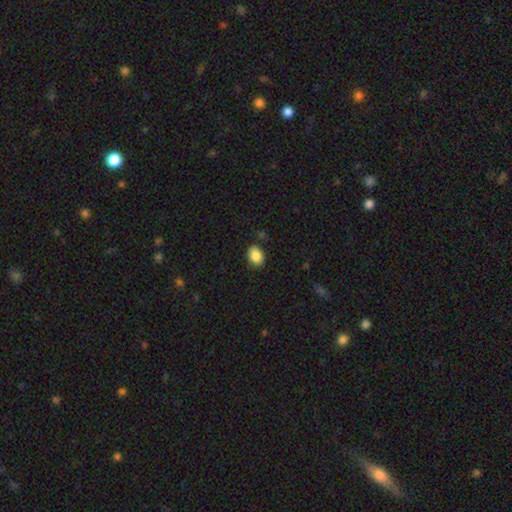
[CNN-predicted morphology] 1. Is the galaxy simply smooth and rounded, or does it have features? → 88% smooth, 8% star or artifact, 4% featured or disk.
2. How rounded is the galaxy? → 74% in between, 25% round, 1% cigar-shaped.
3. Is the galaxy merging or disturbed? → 83% none, 12% minor disturbance, 3% major disturbance, 2% merger.